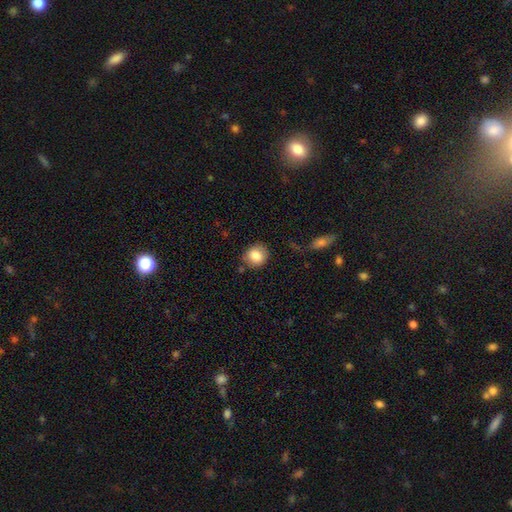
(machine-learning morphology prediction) smooth 84%, star or artifact 9%, featured or disk 8%. Down the decision tree: how rounded — round (77%); merging — none (80%).